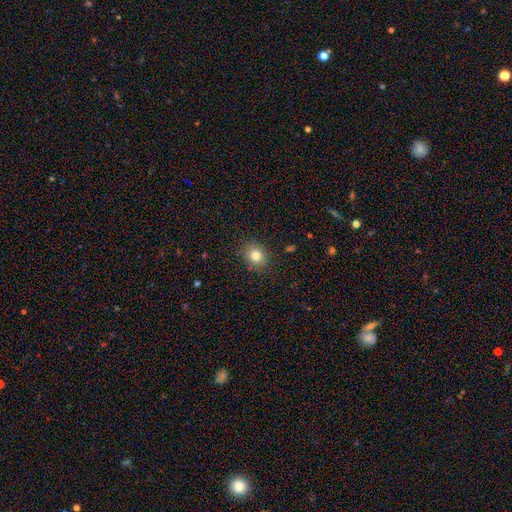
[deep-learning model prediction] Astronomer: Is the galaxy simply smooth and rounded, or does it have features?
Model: smooth — 80%.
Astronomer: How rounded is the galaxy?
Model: round — 63%.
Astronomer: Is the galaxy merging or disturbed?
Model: none — 87%.